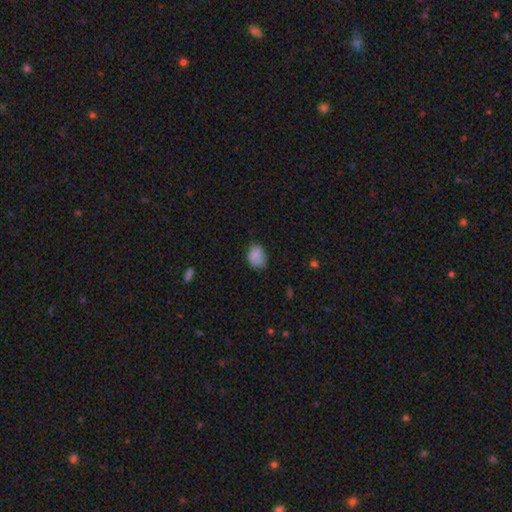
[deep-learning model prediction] Smooth or featured?
  - smooth: 83% *
  - star or artifact: 9%
  - featured or disk: 8%
How rounded?
  - in between: 65% *
  - round: 34%
  - cigar-shaped: 1%
Merging?
  - none: 68% *
  - minor disturbance: 25%
  - major disturbance: 5%
  - merger: 2%